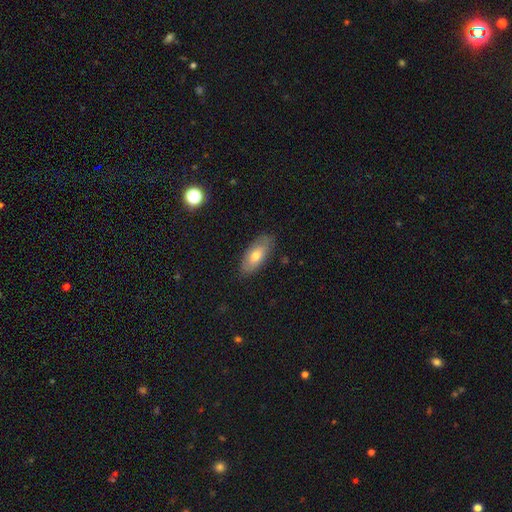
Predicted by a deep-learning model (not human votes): This is likely a smooth galaxy (71%). How rounded: clearly in between (85%). Merging: clearly none (82%).